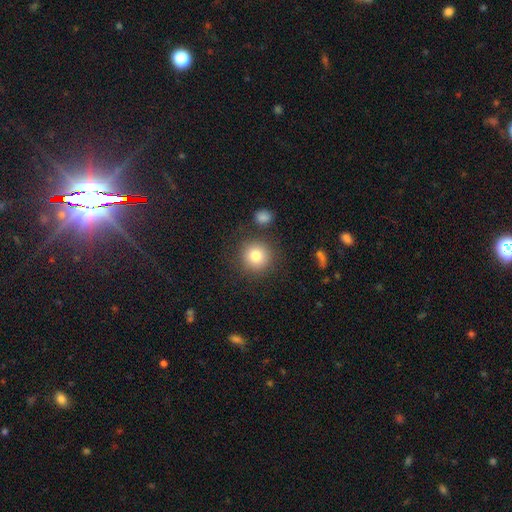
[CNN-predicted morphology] type=smooth (81%); roundness=round (93%); merging=none (83%).